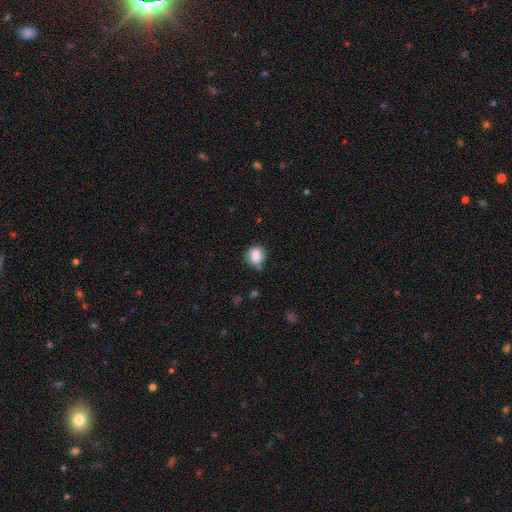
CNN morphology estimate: This is clearly a smooth galaxy (85%). How rounded: likely round (60%). Merging: likely none (69%).